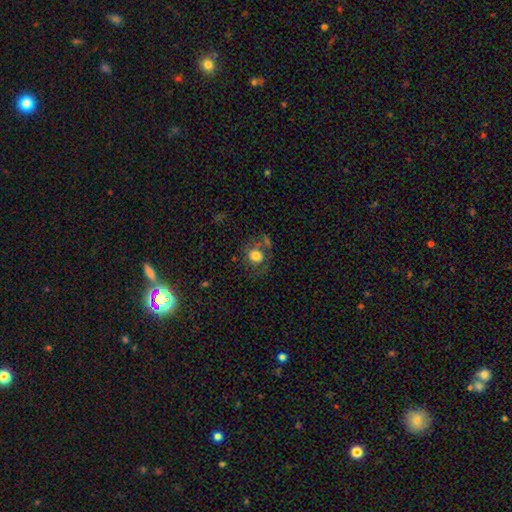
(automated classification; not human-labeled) Q: Smooth or featured?
A: smooth (74%); runner-up: featured or disk (15%)
Q: How rounded?
A: round (76%); runner-up: in between (23%)
Q: Merging?
A: none (56%); runner-up: minor disturbance (19%)